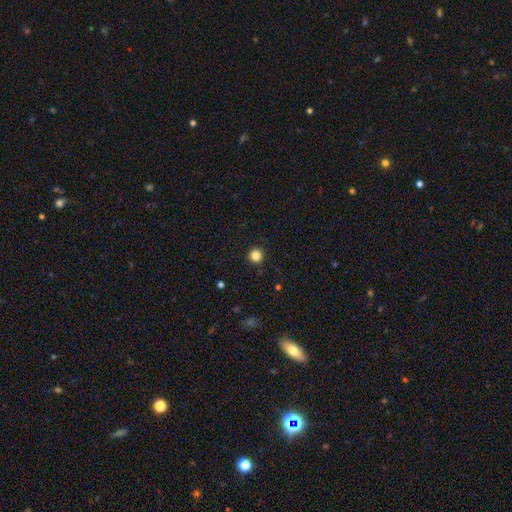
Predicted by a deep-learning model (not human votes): Overall: smooth (84%). How rounded: round (96%). Merging: none (93%).